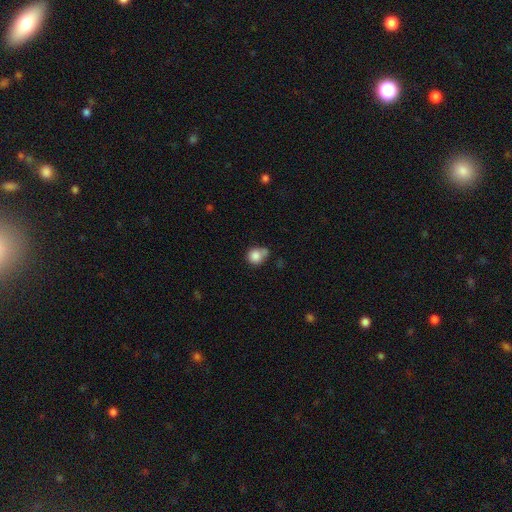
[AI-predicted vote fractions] The model was most divided on "merging": none: 50%, minor disturbance: 23%, merger: 20%, major disturbance: 7%. More confident: smooth or featured — smooth (84%); how rounded — round (84%).